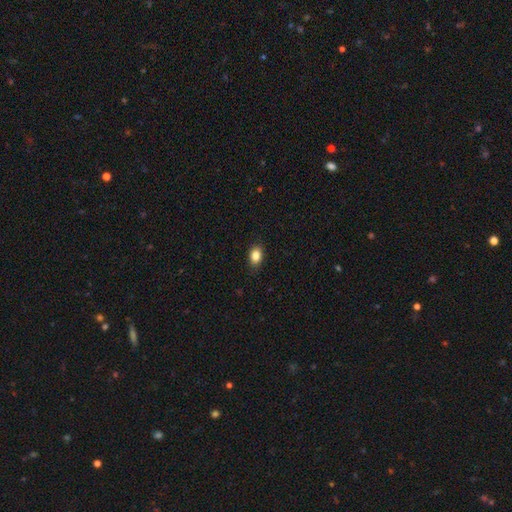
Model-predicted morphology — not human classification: Smooth or featured? Predicted: smooth (p=0.85). How rounded? Predicted: in between (p=0.78). Merging? Predicted: none (p=0.87).